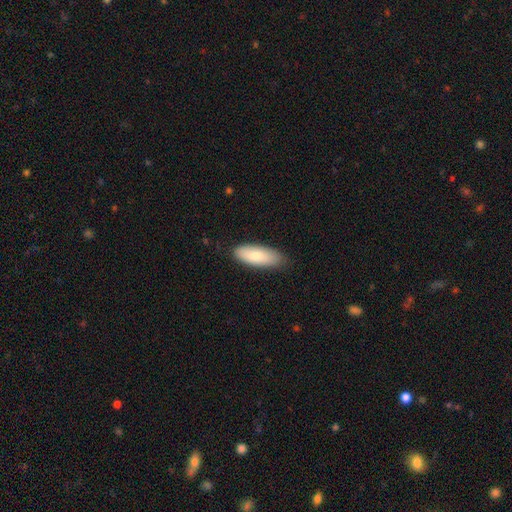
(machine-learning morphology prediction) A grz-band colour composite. It shows a smooth galaxy with no disk features (82%) that is in between round and cigar-shaped (75%). Merging: none (82%).